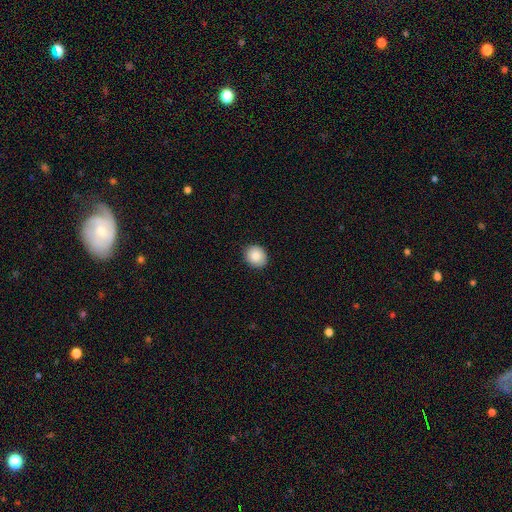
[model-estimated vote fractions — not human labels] Smooth or featured? smooth (87%)
How rounded? round (70%)
Merging? none (90%)